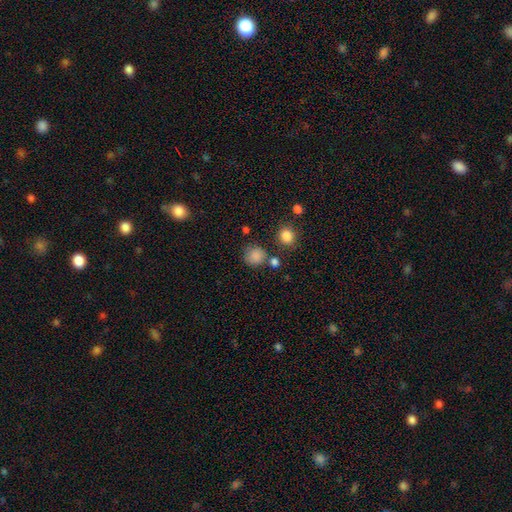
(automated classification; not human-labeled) Smooth or featured? smooth (83%)
How rounded? round (86%)
Merging? none (71%)